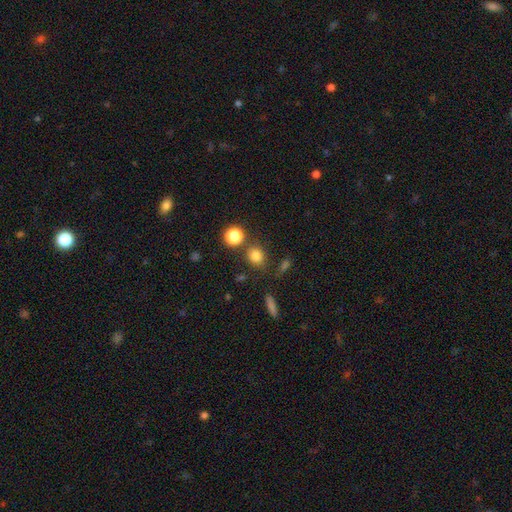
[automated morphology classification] Smooth or featured?
  - smooth: 81% *
  - star or artifact: 13%
  - featured or disk: 6%
How rounded?
  - round: 71% *
  - in between: 28%
  - cigar-shaped: 2%
Merging?
  - none: 74% *
  - minor disturbance: 11%
  - merger: 11%
  - major disturbance: 4%